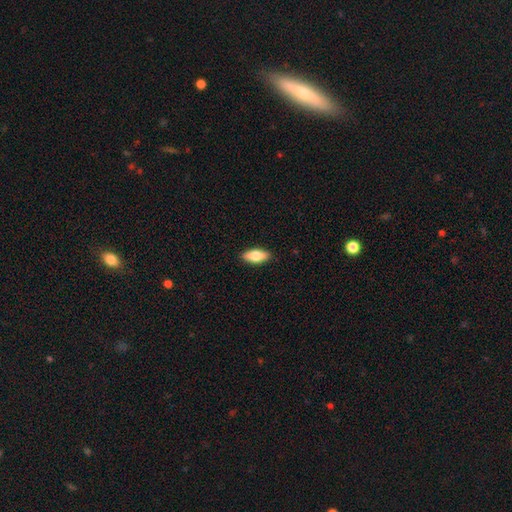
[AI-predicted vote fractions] This is likely a smooth galaxy (74%). How rounded: clearly in between (81%). Merging: clearly none (90%).